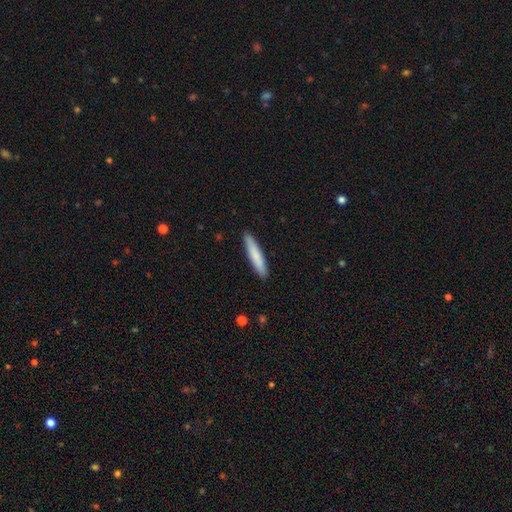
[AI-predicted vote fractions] Smooth or featured?
  - smooth: 79% *
  - featured or disk: 16%
  - star or artifact: 5%
How rounded?
  - cigar-shaped: 92% *
  - in between: 7%
  - round: 1%
Merging?
  - none: 91% *
  - minor disturbance: 7%
  - major disturbance: 1%
  - merger: 1%